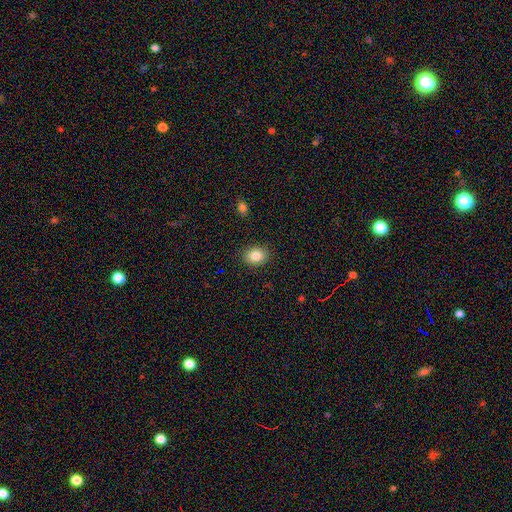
Smooth or featured: smooth — 97% (star or artifact — 3%)
How rounded: in between — 59% (round — 41%)
Merging: none — 95% (minor disturbance — 5%)